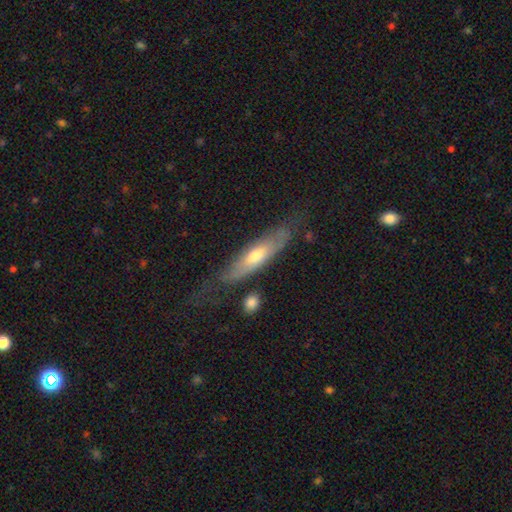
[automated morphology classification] A featured or disk galaxy (50%) viewed edge-on (56%). Merging: none (61%).